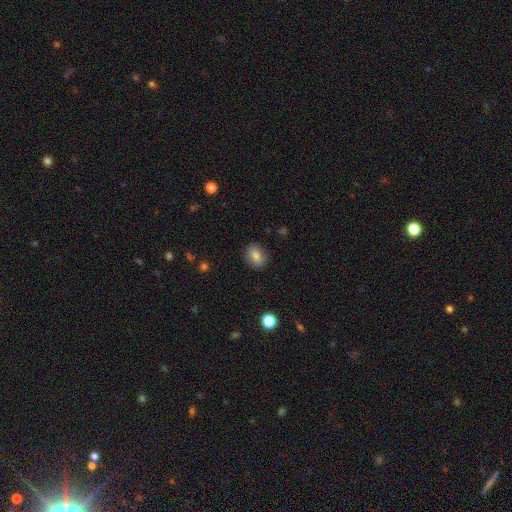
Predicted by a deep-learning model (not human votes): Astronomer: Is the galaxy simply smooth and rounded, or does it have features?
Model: smooth — 80%.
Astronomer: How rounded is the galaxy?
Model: in between — 51% (runner-up: round, 48%).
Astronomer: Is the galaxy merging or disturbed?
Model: none — 85%.